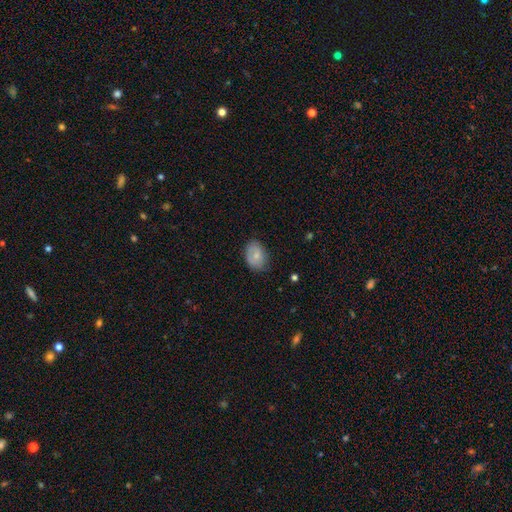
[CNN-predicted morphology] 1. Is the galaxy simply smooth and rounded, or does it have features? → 69% smooth, 24% featured or disk, 7% star or artifact.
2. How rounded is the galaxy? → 80% in between, 19% round, 1% cigar-shaped.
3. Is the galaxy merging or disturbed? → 73% none, 22% minor disturbance, 4% major disturbance, 1% merger.